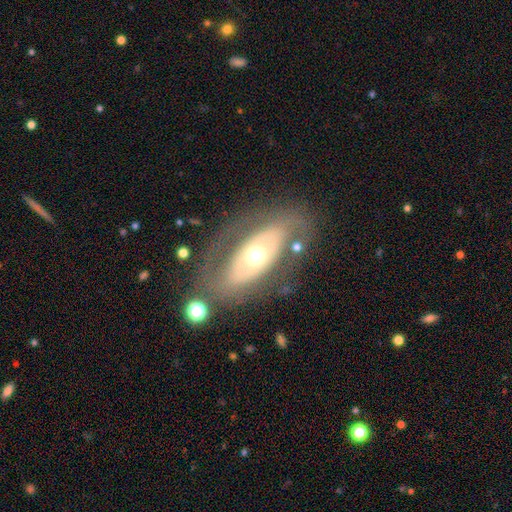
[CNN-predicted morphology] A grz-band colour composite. It shows a featured or disk galaxy (67%) with no bar (79%), no spiral arms (72%) and a moderate central bulge (71%). Merging: none (70%).